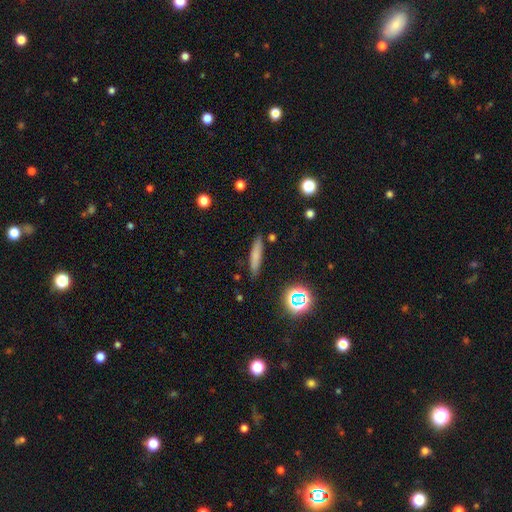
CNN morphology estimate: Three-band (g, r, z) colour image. It shows a smooth galaxy with no disk features (71%) that is cigar-shaped (87%). Merging: none (84%).